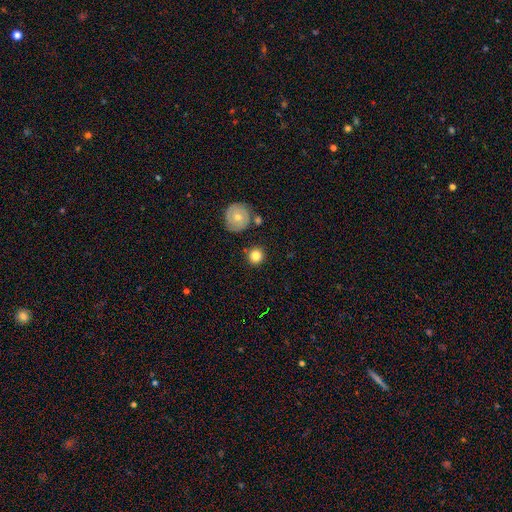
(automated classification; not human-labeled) Smooth or featured: smooth — 80% (featured or disk — 11%)
How rounded: round — 92% (in between — 7%)
Merging: none — 84% (minor disturbance — 9%)